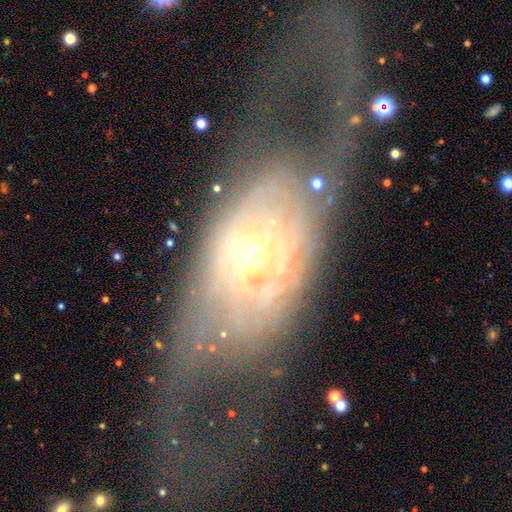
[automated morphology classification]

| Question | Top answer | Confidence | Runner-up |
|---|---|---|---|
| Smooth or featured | featured or disk | 77% | smooth (15%) |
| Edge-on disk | no | 89% | yes (11%) |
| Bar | no | 56% | weak (32%) |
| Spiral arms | yes | 66% | no (34%) |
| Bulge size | moderate | 67% | small (21%) |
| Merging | none | 55% | minor disturbance (23%) |